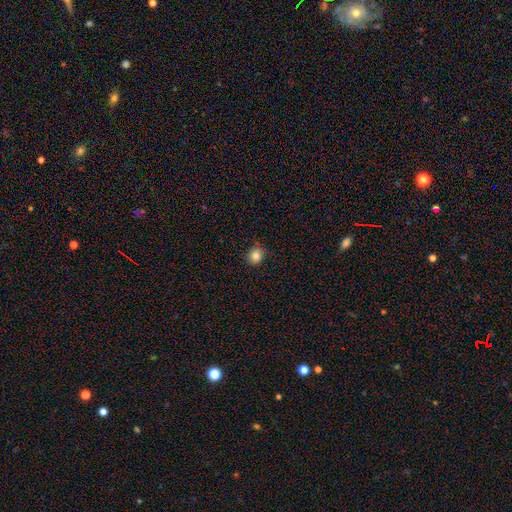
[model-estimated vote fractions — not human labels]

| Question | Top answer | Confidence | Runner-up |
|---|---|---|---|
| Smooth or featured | smooth | 84% | star or artifact (11%) |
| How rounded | round | 80% | in between (19%) |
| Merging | none | 84% | minor disturbance (12%) |